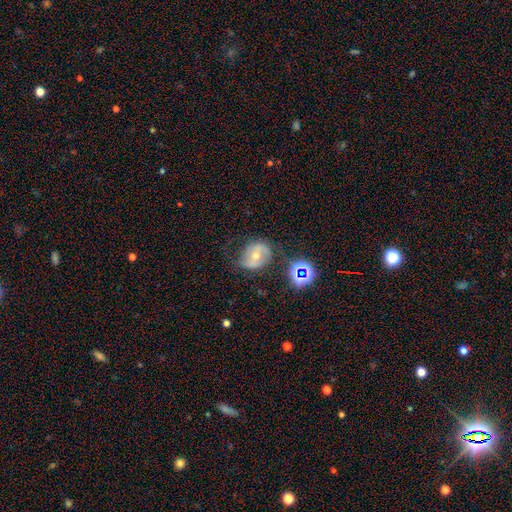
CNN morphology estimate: Smooth or featured? featured or disk (60%)
Edge-on disk? no (96%)
Bar? weak (38%)
Spiral arms? yes (76%)
Bulge size? moderate (59%)
Merging? none (60%)